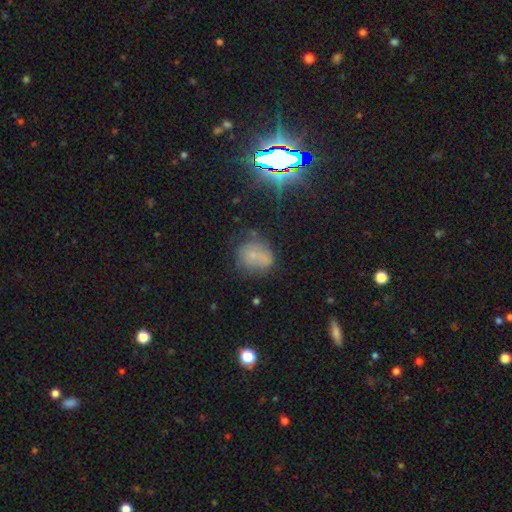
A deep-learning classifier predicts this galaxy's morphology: smooth-or-featured: smooth: 55% | star or artifact: 25% | featured or disk: 20%
  how-rounded: round: 58% | in between: 41% | cigar-shaped: 1%
  merging: none: 56% | minor disturbance: 25% | major disturbance: 13% | merger: 6%